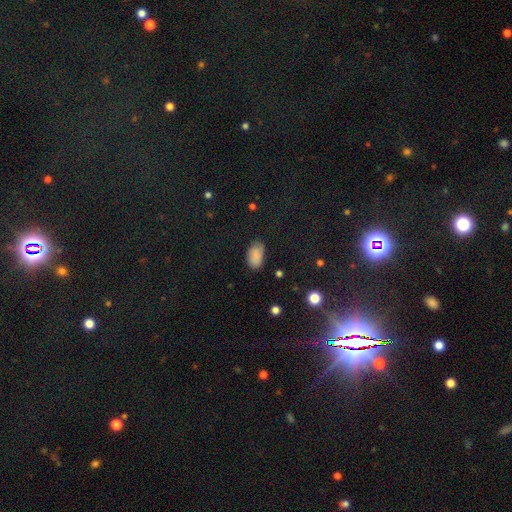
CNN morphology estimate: The model was most divided on "merging": none: 78%, minor disturbance: 17%, major disturbance: 4%, merger: 2%. More confident: how rounded — in between (93%); smooth or featured — smooth (84%).